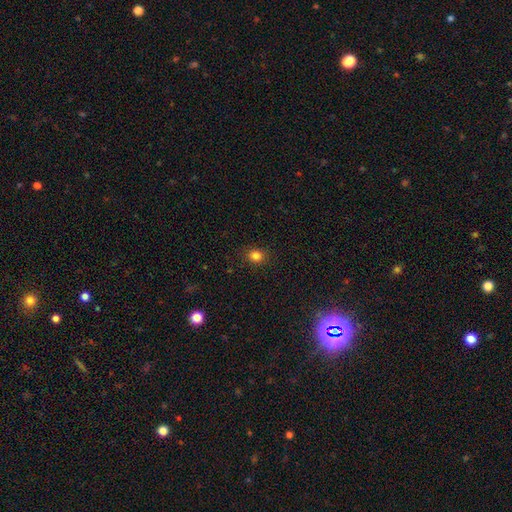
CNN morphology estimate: Smooth or featured? smooth (82%)
How rounded? round (68%)
Merging? none (88%)